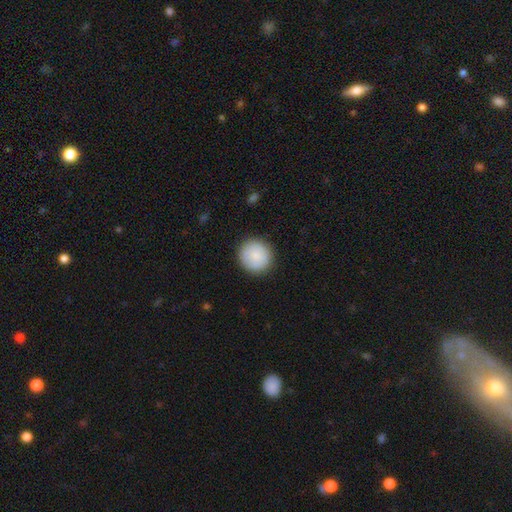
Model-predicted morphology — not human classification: Overall: smooth (84%). How rounded: round (94%). Merging: none (89%).